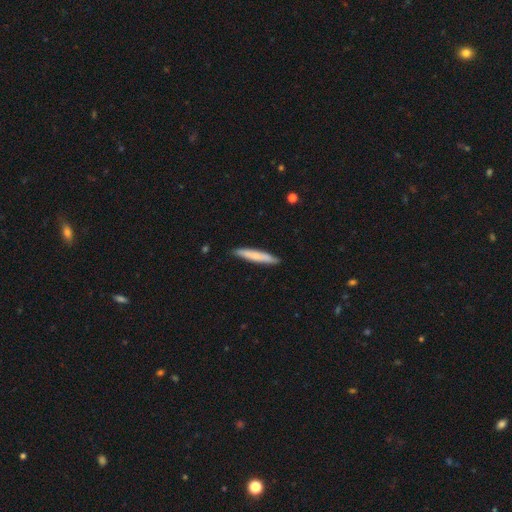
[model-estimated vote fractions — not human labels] Smooth or featured? Predicted: smooth (p=0.70). How rounded? Predicted: cigar-shaped (p=0.93). Merging? Predicted: none (p=0.89).